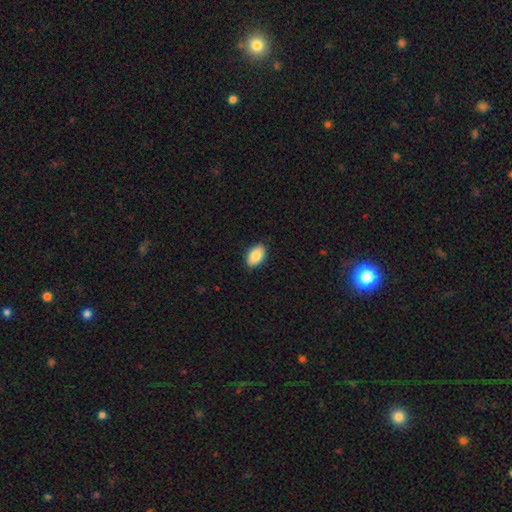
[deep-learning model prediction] Smooth or featured?
  - smooth: 89% *
  - star or artifact: 6%
  - featured or disk: 5%
How rounded?
  - in between: 92% *
  - round: 6%
  - cigar-shaped: 1%
Merging?
  - none: 88% *
  - minor disturbance: 9%
  - major disturbance: 2%
  - merger: 1%